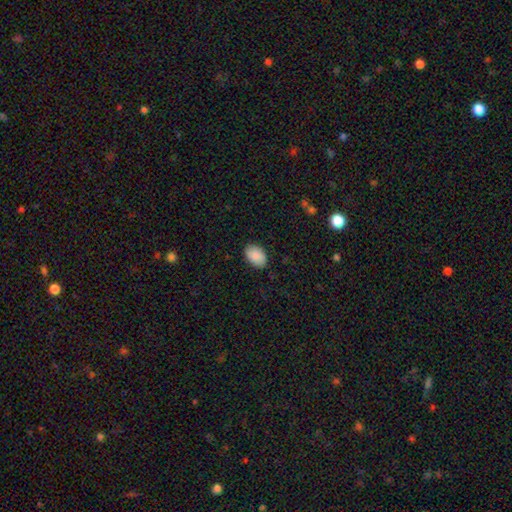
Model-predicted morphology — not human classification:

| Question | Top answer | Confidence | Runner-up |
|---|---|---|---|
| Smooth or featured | smooth | 90% | star or artifact (6%) |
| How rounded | in between | 88% | round (11%) |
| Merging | none | 86% | minor disturbance (11%) |